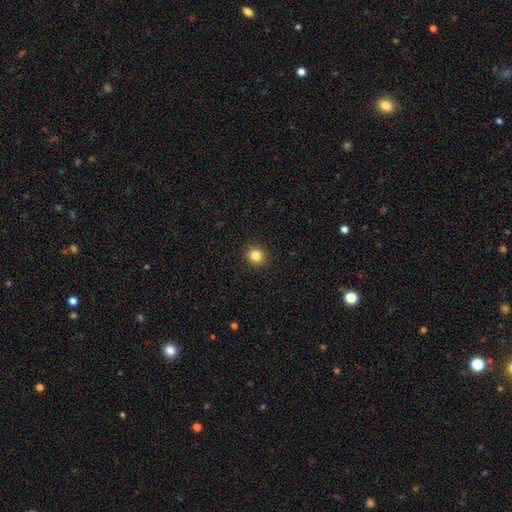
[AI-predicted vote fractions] smooth-or-featured: smooth: 84% | star or artifact: 11% | featured or disk: 6%
  how-rounded: round: 85% | in between: 14% | cigar-shaped: 1%
  merging: none: 92% | minor disturbance: 5% | major disturbance: 2% | merger: 1%